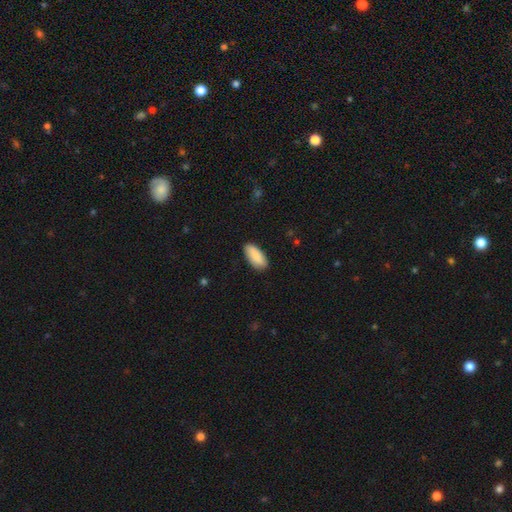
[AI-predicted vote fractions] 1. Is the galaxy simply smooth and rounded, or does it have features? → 89% smooth, 5% star or artifact, 5% featured or disk.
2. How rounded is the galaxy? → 88% in between, 10% cigar-shaped, 2% round.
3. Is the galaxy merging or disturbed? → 87% none, 10% minor disturbance, 2% major disturbance, 1% merger.